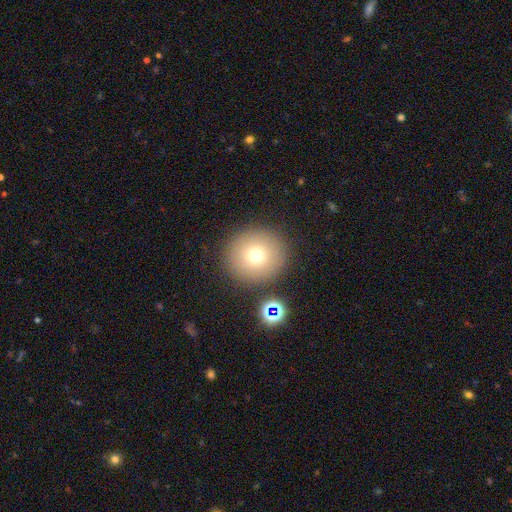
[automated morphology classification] smooth-or-featured: smooth: 72% | star or artifact: 15% | featured or disk: 12%
  how-rounded: round: 94% | in between: 5% | cigar-shaped: 1%
  merging: none: 85% | minor disturbance: 7% | merger: 5% | major disturbance: 3%